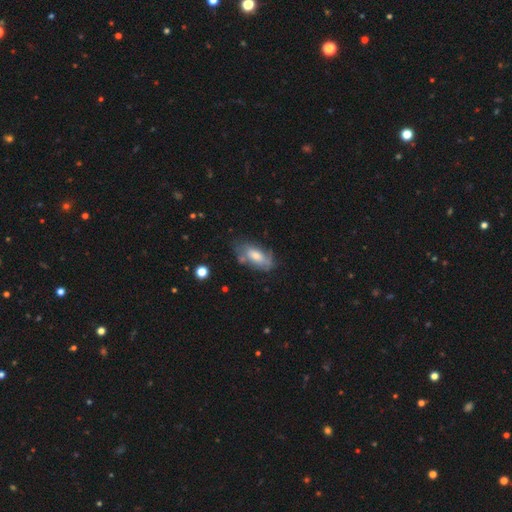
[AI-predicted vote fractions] smooth_or_featured: smooth (p=0.57) [alt: featured or disk p=0.35]
how_rounded: in between (p=0.85) [alt: cigar-shaped p=0.12]
merging: none (p=0.61) [alt: minor disturbance p=0.26]